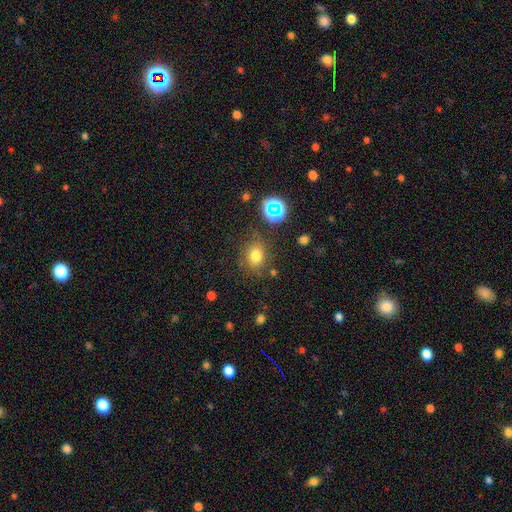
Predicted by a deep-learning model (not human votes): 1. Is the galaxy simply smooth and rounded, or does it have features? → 73% smooth, 18% star or artifact, 9% featured or disk.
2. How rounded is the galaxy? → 58% round, 41% in between, 1% cigar-shaped.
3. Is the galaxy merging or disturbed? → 76% none, 15% minor disturbance, 6% major disturbance, 4% merger.